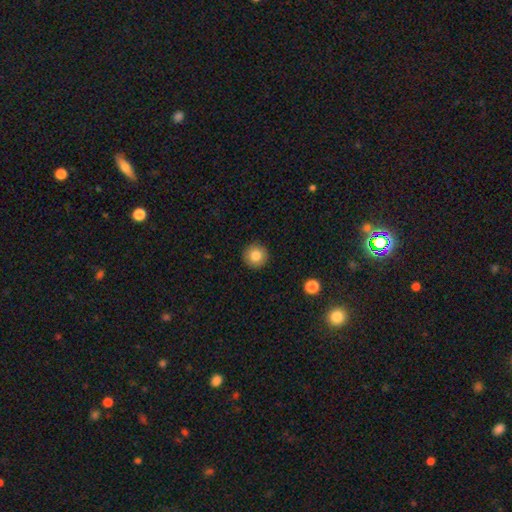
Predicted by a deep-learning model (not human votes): smooth 82%, star or artifact 9%, featured or disk 9%. Down the decision tree: how rounded — round (96%); merging — none (92%).